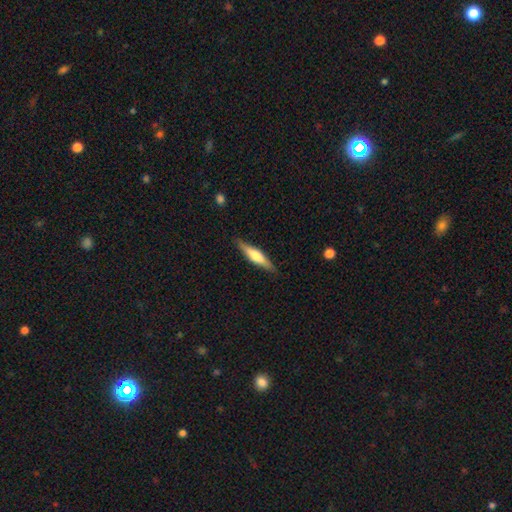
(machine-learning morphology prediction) The model was most divided on "smooth or featured": featured or disk: 57%, smooth: 38%, star or artifact: 5%. More confident: edge-on disk — yes (96%); merging — none (88%); edge-on bulge — rounded (84%).